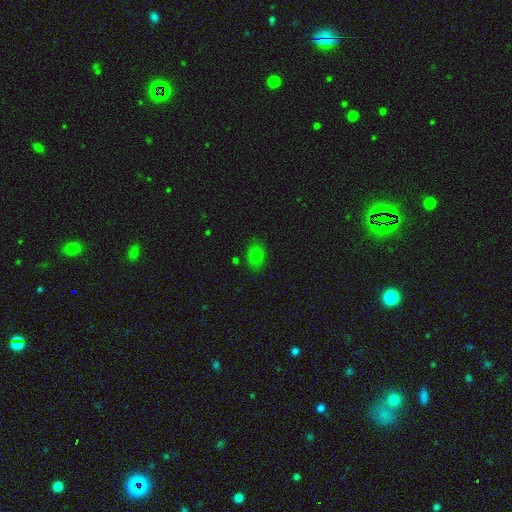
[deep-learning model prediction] Smooth or featured? Predicted: smooth (p=0.75). How rounded? Predicted: in between (p=0.67). Merging? Predicted: none (p=0.82).